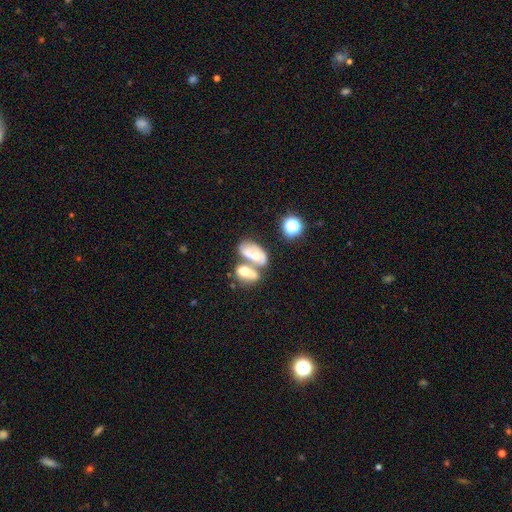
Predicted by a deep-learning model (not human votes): The model was most divided on "smooth or featured": featured or disk: 51%, smooth: 39%, star or artifact: 10%. More confident: edge-on disk — no (94%); merging — merger (64%).